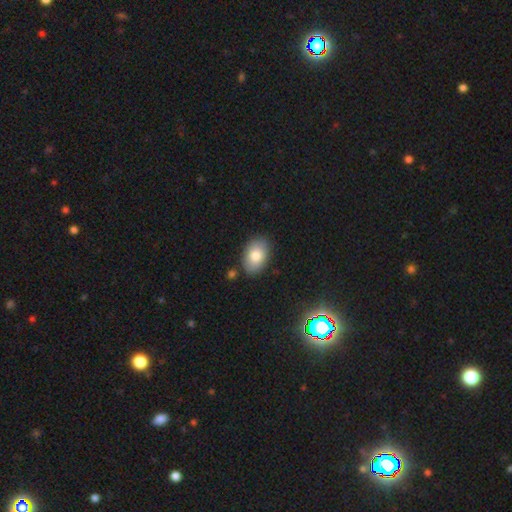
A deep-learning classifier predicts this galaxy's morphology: smooth_or_featured: smooth (p=0.81) [alt: featured or disk p=0.11]
how_rounded: in between (p=0.88) [alt: round p=0.11]
merging: none (p=0.83) [alt: minor disturbance p=0.11]